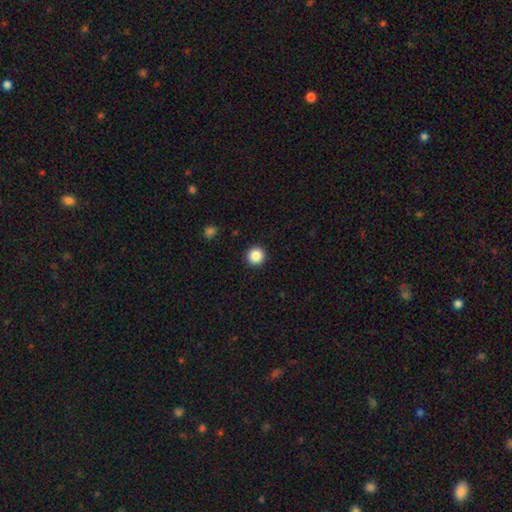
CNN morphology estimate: The model was most divided on "smooth or featured": smooth: 86%, star or artifact: 10%, featured or disk: 4%. More confident: how rounded — round (96%); merging — none (93%).